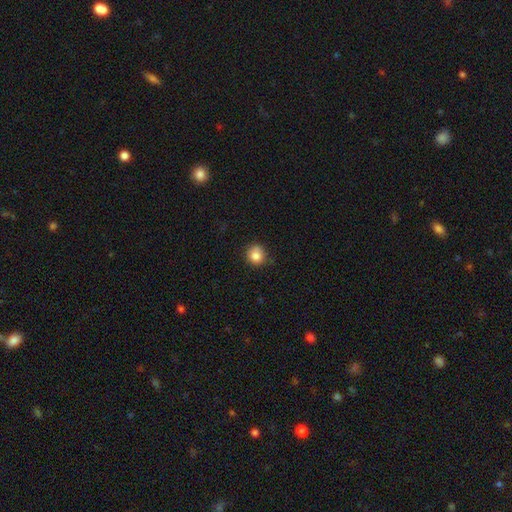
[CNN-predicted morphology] A smooth galaxy with no disk features (84%) that is round (87%). Merging: none (80%).